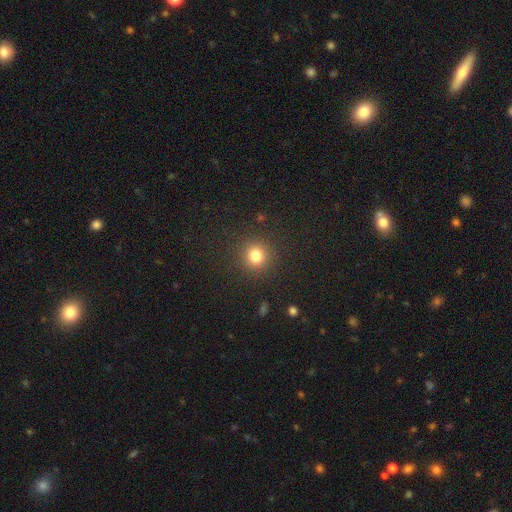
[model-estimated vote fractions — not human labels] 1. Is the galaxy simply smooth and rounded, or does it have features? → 81% smooth, 14% star or artifact, 5% featured or disk.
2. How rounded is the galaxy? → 91% round, 8% in between, 1% cigar-shaped.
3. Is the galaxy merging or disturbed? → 89% none, 7% minor disturbance, 3% major disturbance, 1% merger.